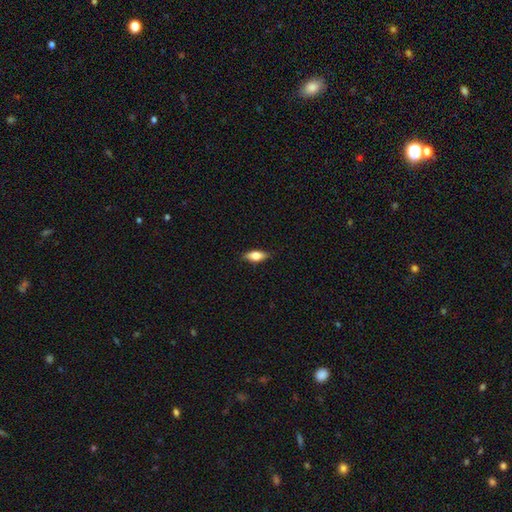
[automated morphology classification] A smooth galaxy with no disk features (70%) that is in between round and cigar-shaped (77%). Merging: none (86%).